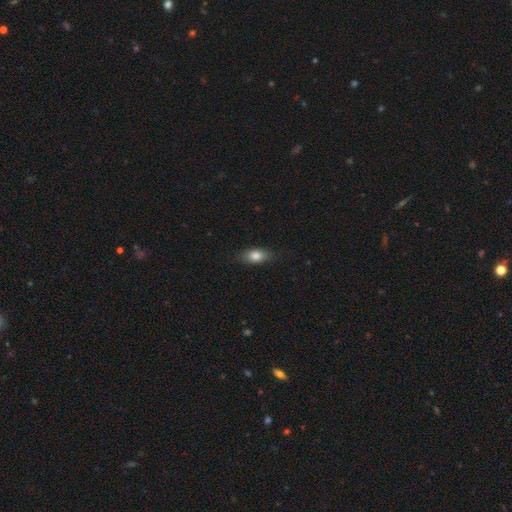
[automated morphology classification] Smooth or featured?
  - smooth: 81% *
  - featured or disk: 12%
  - star or artifact: 8%
How rounded?
  - in between: 84% *
  - cigar-shaped: 8%
  - round: 8%
Merging?
  - none: 82% *
  - minor disturbance: 14%
  - major disturbance: 3%
  - merger: 1%